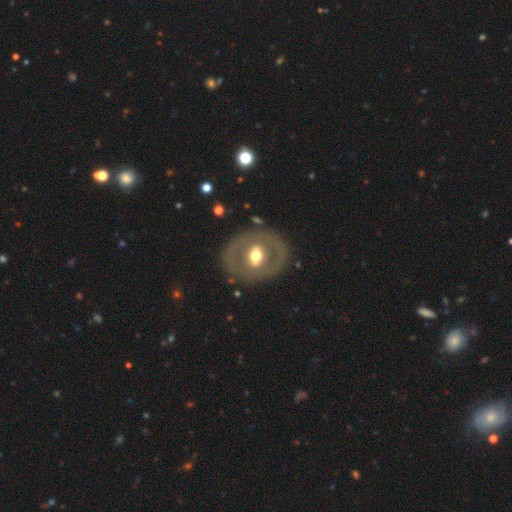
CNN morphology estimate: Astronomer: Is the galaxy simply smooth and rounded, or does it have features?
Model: featured or disk — 60%.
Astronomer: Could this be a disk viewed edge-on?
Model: no — 93%.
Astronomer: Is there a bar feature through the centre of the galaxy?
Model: no — 42% (runner-up: weak, 32%).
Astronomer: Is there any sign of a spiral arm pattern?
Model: no — 85%.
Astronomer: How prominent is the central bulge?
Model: moderate — 70%.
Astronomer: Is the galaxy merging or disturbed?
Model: none — 79%.